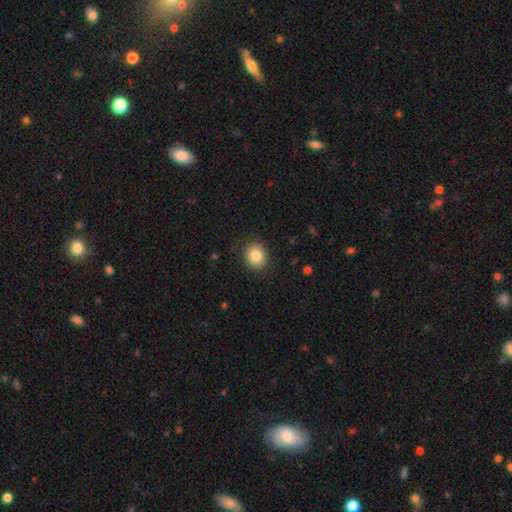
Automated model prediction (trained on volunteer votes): Smooth or featured?
  - smooth: 84% *
  - star or artifact: 9%
  - featured or disk: 7%
How rounded?
  - round: 74% *
  - in between: 25%
  - cigar-shaped: 1%
Merging?
  - none: 88% *
  - minor disturbance: 9%
  - major disturbance: 2%
  - merger: 1%